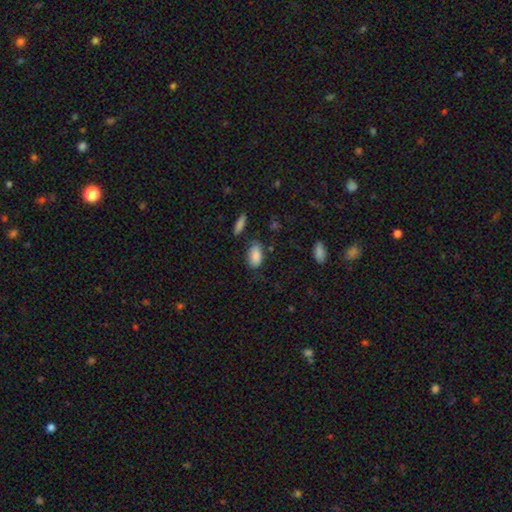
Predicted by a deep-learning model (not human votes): Q: Smooth or featured?
A: smooth (85%); runner-up: featured or disk (7%)
Q: How rounded?
A: in between (93%); runner-up: round (4%)
Q: Merging?
A: none (69%); runner-up: minor disturbance (22%)